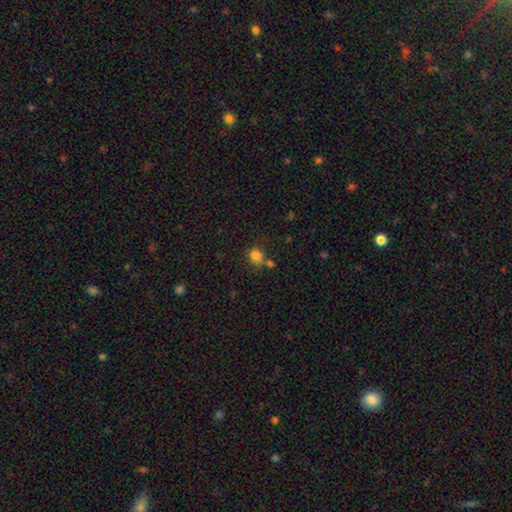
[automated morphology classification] Q: Smooth or featured?
A: smooth (81%); runner-up: star or artifact (12%)
Q: How rounded?
A: round (55%); runner-up: in between (44%)
Q: Merging?
A: none (58%); runner-up: merger (20%)